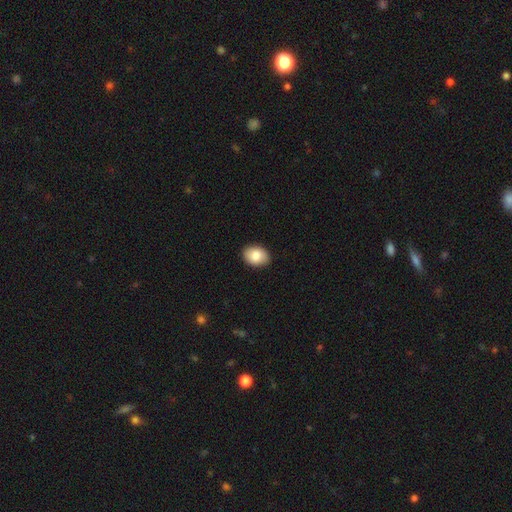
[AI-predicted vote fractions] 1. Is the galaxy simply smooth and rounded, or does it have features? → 84% smooth, 9% featured or disk, 7% star or artifact.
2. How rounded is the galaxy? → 75% in between, 24% round, 1% cigar-shaped.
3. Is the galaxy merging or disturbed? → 90% none, 8% minor disturbance, 2% major disturbance, 1% merger.